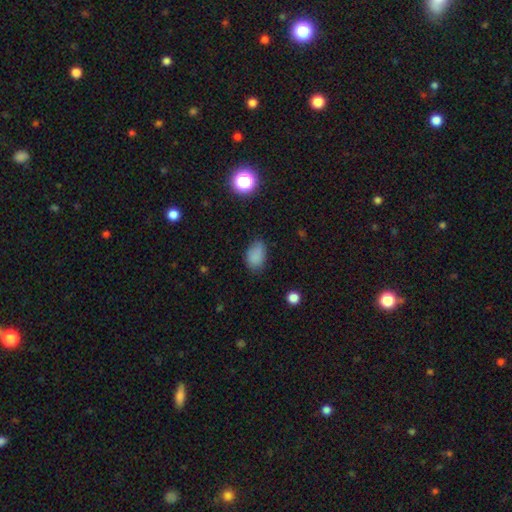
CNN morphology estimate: smooth 83%, star or artifact 12%, featured or disk 6%. Down the decision tree: how rounded — in between (86%); merging — none (68%).